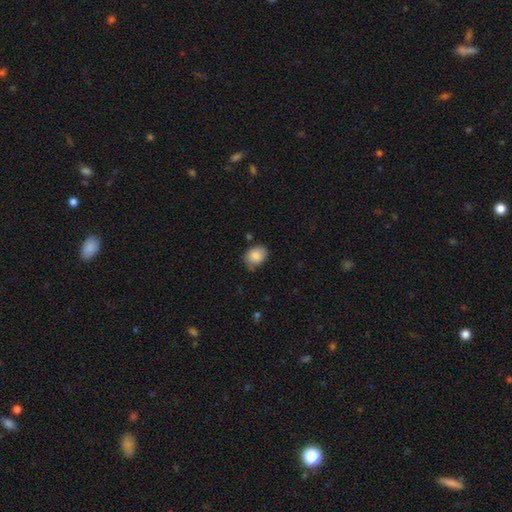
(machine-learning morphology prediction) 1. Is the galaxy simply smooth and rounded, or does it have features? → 85% smooth, 8% star or artifact, 8% featured or disk.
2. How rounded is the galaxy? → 64% in between, 36% round, 1% cigar-shaped.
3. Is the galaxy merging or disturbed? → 68% none, 25% minor disturbance, 5% major disturbance, 3% merger.